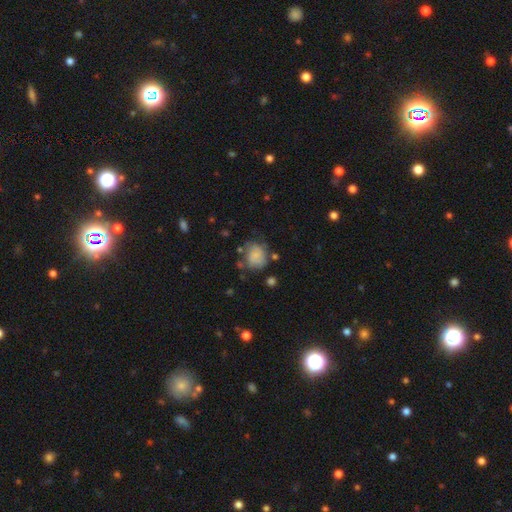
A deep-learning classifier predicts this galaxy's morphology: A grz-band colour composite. It shows a smooth galaxy with no disk features (73%) that is round (66%). Merging: none (54%).